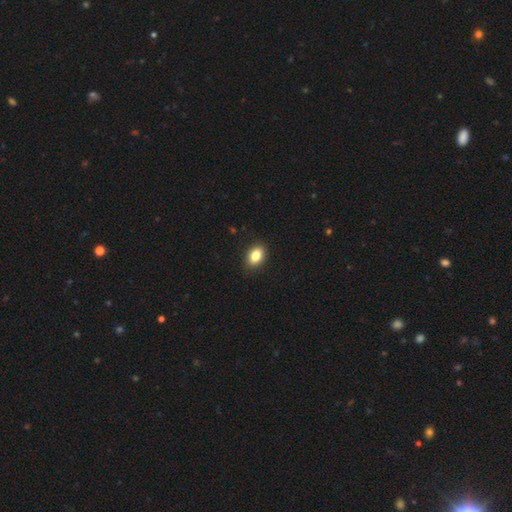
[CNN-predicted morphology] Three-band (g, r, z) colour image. It shows a smooth galaxy with no disk features (84%) that is in between round and cigar-shaped (83%). Merging: none (88%).